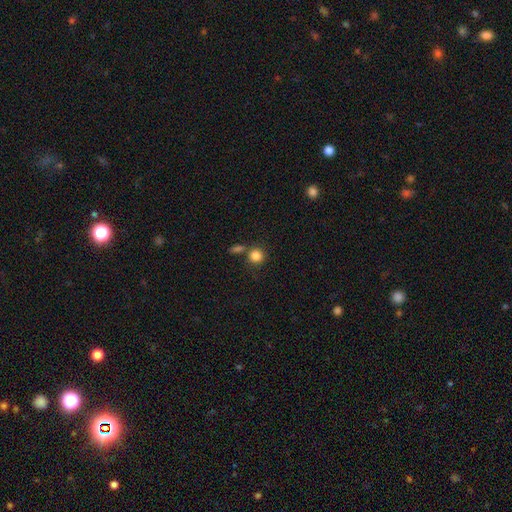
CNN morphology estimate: This appears to be a smooth galaxy with no disk features (84%) that is round (87%). Merging: none (65%).